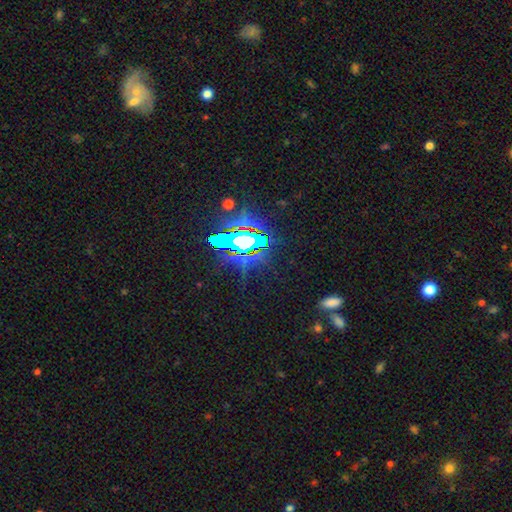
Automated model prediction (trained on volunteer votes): star or artifact 82%, smooth 9%, featured or disk 9%.